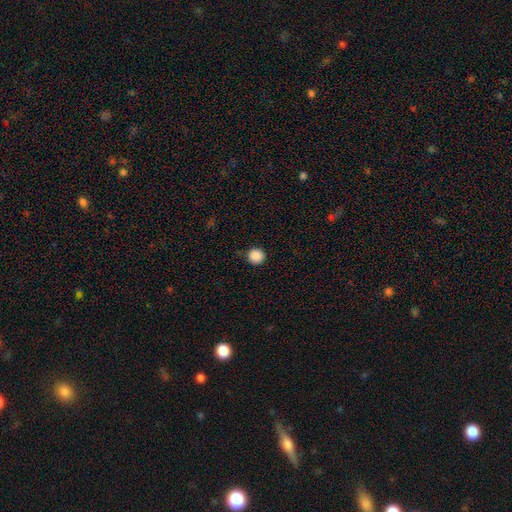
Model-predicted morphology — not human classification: A smooth galaxy with no disk features (88%) that is round (95%). Merging: none (90%).